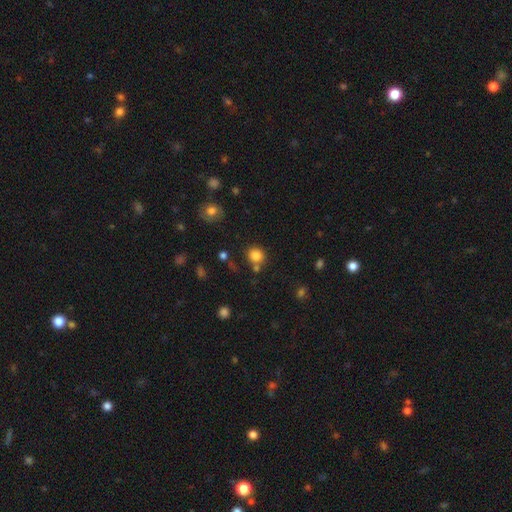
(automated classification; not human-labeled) Smooth or featured?
  - smooth: 83% *
  - star or artifact: 12%
  - featured or disk: 5%
How rounded?
  - round: 84% *
  - in between: 15%
  - cigar-shaped: 1%
Merging?
  - none: 72% *
  - merger: 14%
  - minor disturbance: 11%
  - major disturbance: 4%